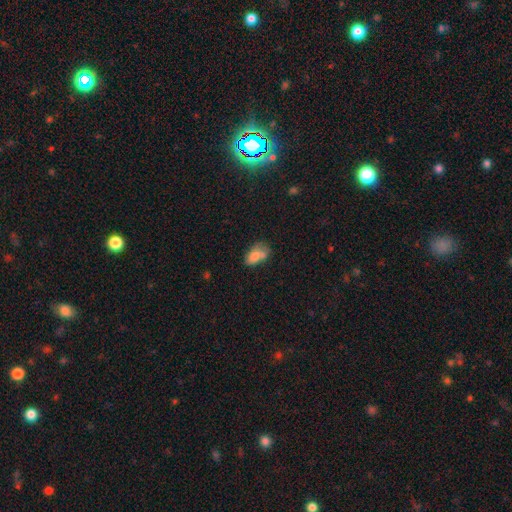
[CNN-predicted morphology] The model was most divided on "merging": none: 36%, minor disturbance: 26%, merger: 24%, major disturbance: 15%. More confident: how rounded — in between (89%); smooth or featured — smooth (71%).